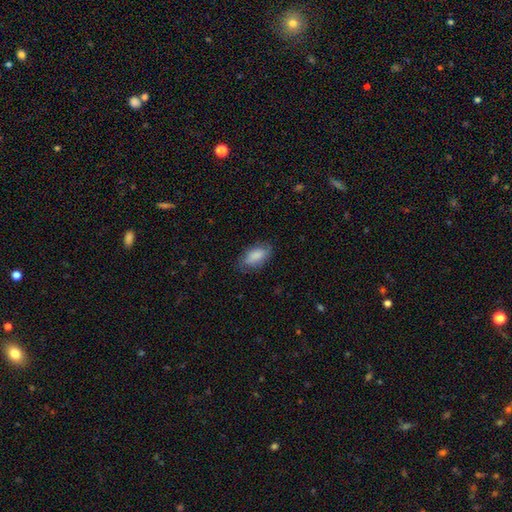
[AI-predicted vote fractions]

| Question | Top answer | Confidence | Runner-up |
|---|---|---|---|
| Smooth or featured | smooth | 83% | featured or disk (10%) |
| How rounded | in between | 90% | cigar-shaped (6%) |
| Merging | none | 74% | minor disturbance (20%) |